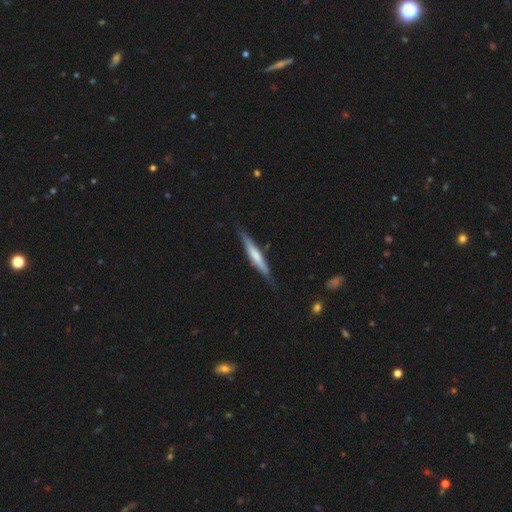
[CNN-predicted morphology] A featured or disk galaxy (47%, tied with smooth). Merging: none (82%).